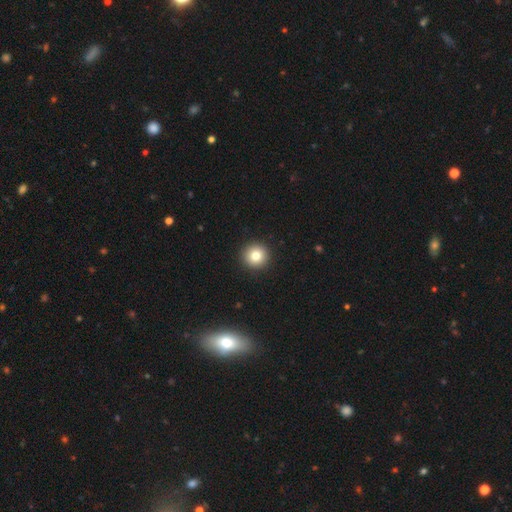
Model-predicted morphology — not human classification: Smooth or featured?
  - smooth: 81% *
  - star or artifact: 11%
  - featured or disk: 8%
How rounded?
  - round: 95% *
  - in between: 4%
  - cigar-shaped: 1%
Merging?
  - none: 93% *
  - minor disturbance: 4%
  - major disturbance: 2%
  - merger: 1%